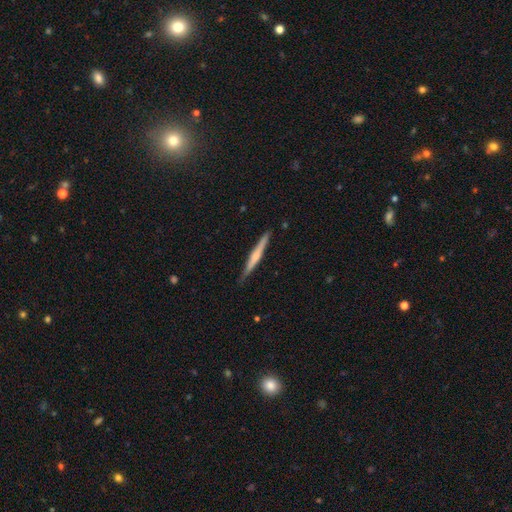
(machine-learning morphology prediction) type=featured or disk (52%); edge-on=yes (98%); edge-on bulge=rounded (43%); merging=none (88%).